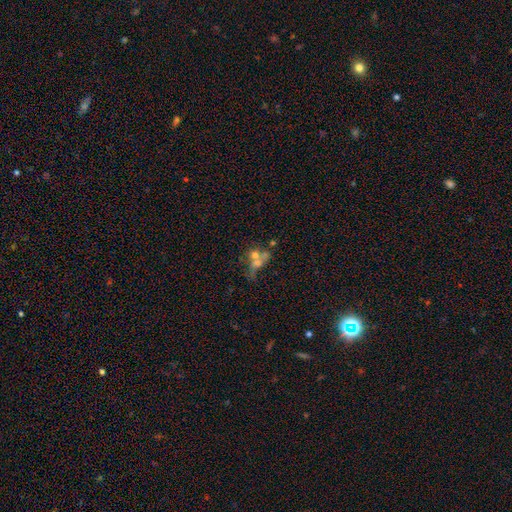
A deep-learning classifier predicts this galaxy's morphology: Smooth or featured? smooth (50%)
Merging? merger (57%)